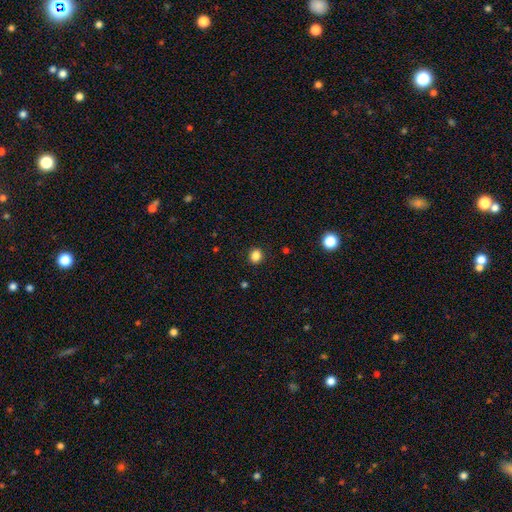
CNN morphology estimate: A smooth galaxy with no disk features (85%) that is round (73%).

Vote fractions:
- Smooth or featured? smooth: 85% / star or artifact: 12% / featured or disk: 4%
- How rounded? round: 73% / in between: 26% / cigar-shaped: 1%
- Merging? none: 90% / minor disturbance: 7% / major disturbance: 2% / merger: 1%